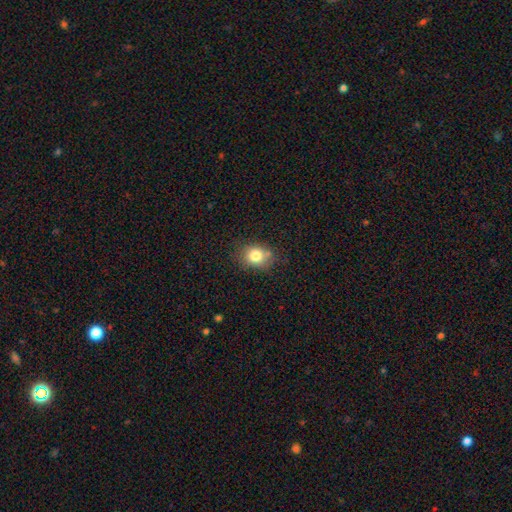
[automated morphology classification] Q: Smooth or featured?
A: smooth (79%); runner-up: star or artifact (11%)
Q: How rounded?
A: round (57%); runner-up: in between (42%)
Q: Merging?
A: none (73%); runner-up: minor disturbance (18%)